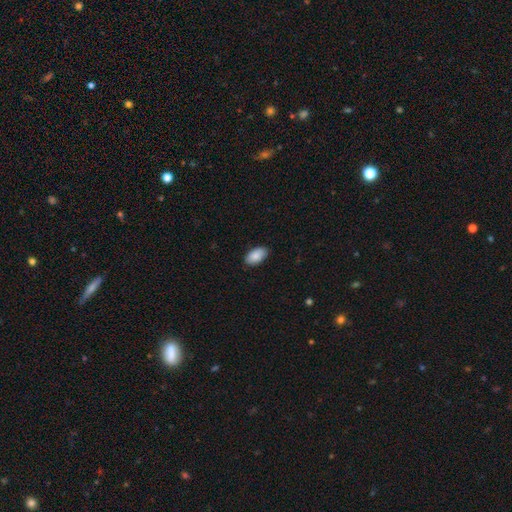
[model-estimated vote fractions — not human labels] A smooth galaxy with no disk features (89%) that is in between round and cigar-shaped (95%). Merging: none (88%).